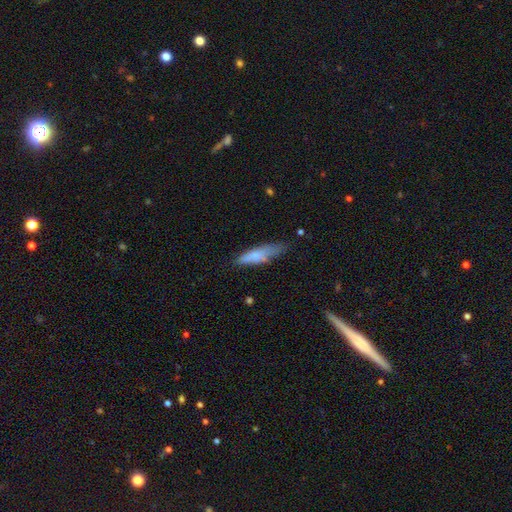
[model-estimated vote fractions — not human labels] Morphology: type=smooth (76%); roundness=cigar-shaped (72%); merging=none (58%).